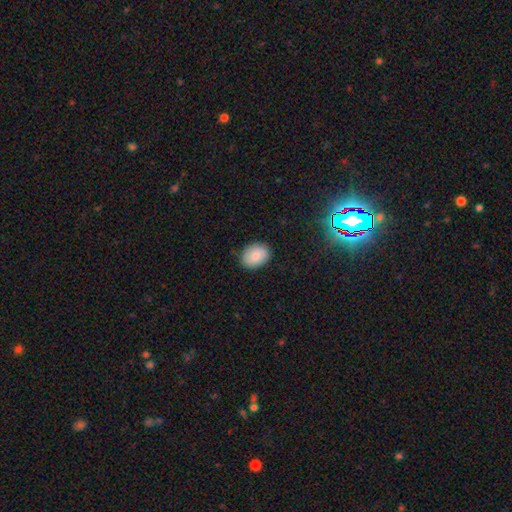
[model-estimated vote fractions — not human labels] This is clearly a smooth galaxy (85%). How rounded: likely in between (75%). Merging: clearly none (86%).